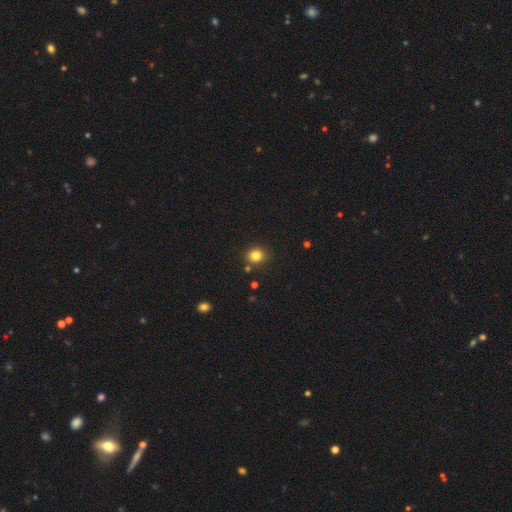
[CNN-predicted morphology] smooth-or-featured: smooth: 82% | star or artifact: 13% | featured or disk: 5%
  how-rounded: round: 81% | in between: 18% | cigar-shaped: 1%
  merging: none: 85% | minor disturbance: 8% | merger: 5% | major disturbance: 2%